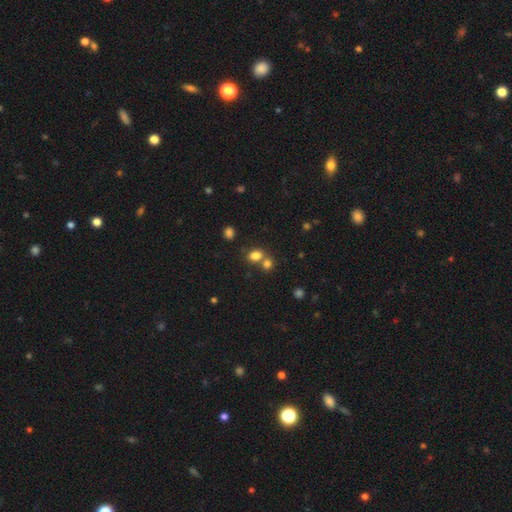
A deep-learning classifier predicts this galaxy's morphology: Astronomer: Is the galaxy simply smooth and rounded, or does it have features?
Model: smooth — 79%.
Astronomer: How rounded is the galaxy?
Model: in between — 57% (runner-up: round, 42%).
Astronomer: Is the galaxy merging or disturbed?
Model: none — 47% (runner-up: merger, 40%).